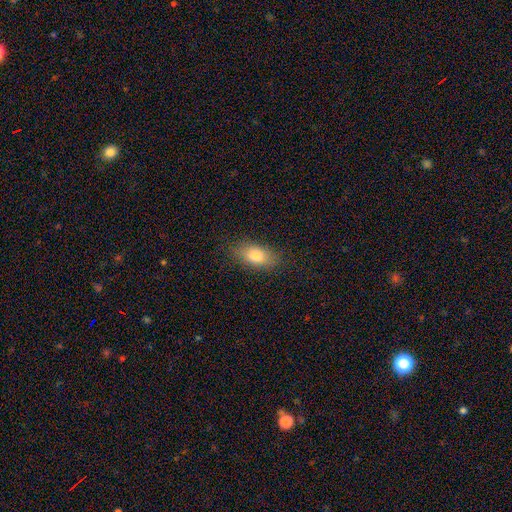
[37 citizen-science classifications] Q: Smooth or featured?
A: smooth (86%); runner-up: featured or disk (11%)
Q: How rounded?
A: in between (94%); runner-up: round (3%)
Q: Merging?
A: none (86%); runner-up: minor disturbance (8%)